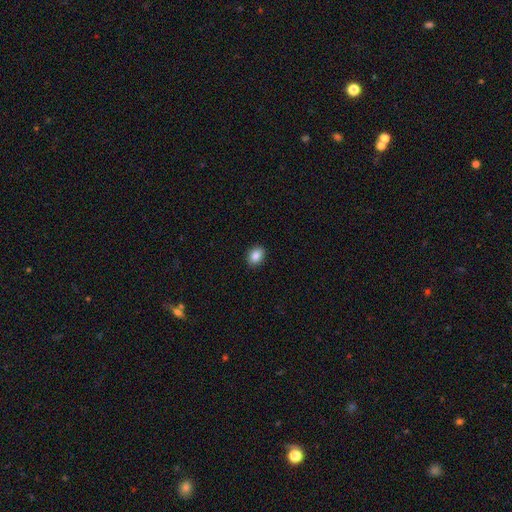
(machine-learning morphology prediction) Overall: smooth (87%). How rounded: in between (64%; round 35%). Merging: none (90%).